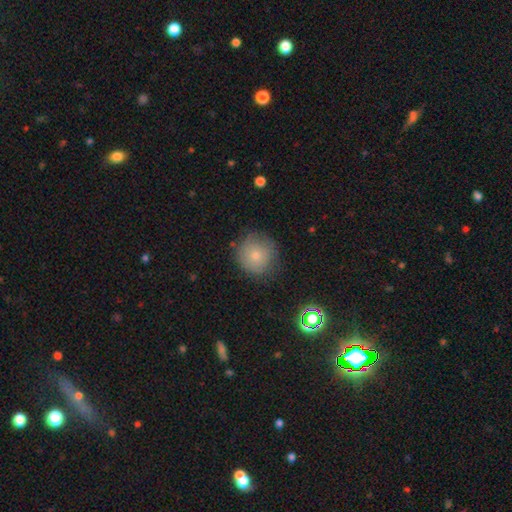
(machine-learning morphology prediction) smooth 76%, featured or disk 14%, star or artifact 11%. Down the decision tree: how rounded — round (93%); merging — none (77%).